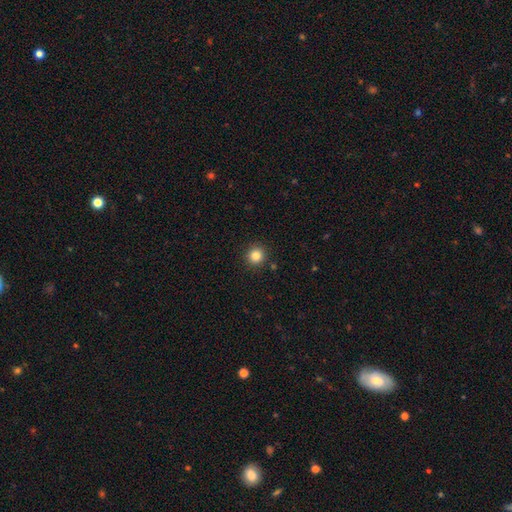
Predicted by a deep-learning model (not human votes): Smooth or featured: smooth — 83% (star or artifact — 12%)
How rounded: round — 94% (in between — 5%)
Merging: none — 91% (minor disturbance — 6%)